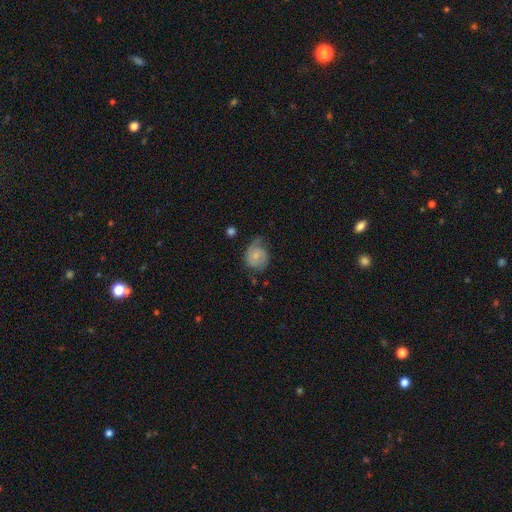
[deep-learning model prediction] This is possibly a smooth galaxy (47%). Merging: possibly none (47%).